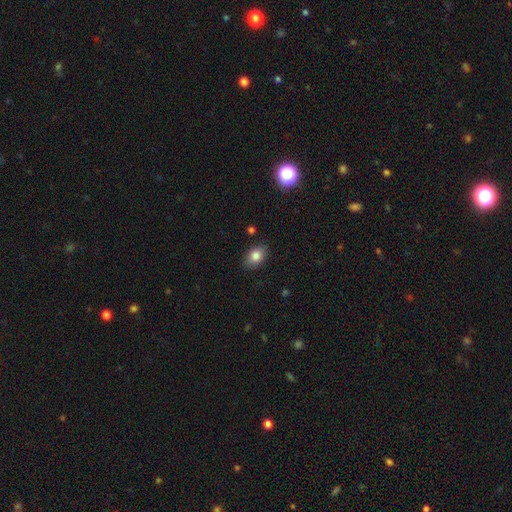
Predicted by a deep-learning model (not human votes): Smooth or featured? Predicted: smooth (p=0.83). How rounded? Predicted: in between (p=0.78). Merging? Predicted: none (p=0.85).